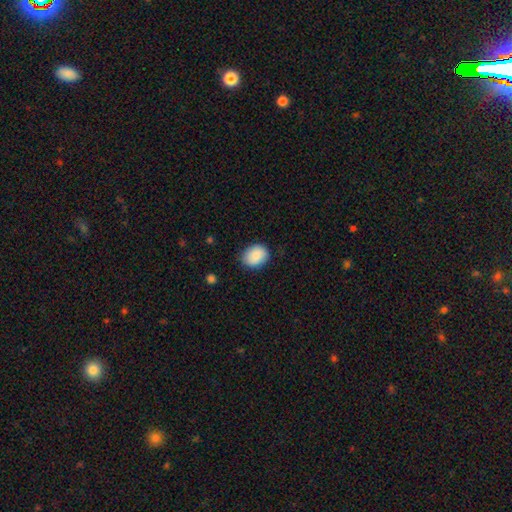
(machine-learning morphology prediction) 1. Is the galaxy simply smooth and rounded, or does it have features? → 87% smooth, 7% star or artifact, 6% featured or disk.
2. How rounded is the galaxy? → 54% in between, 45% round, 1% cigar-shaped.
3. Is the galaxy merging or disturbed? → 82% none, 14% minor disturbance, 3% major disturbance, 1% merger.